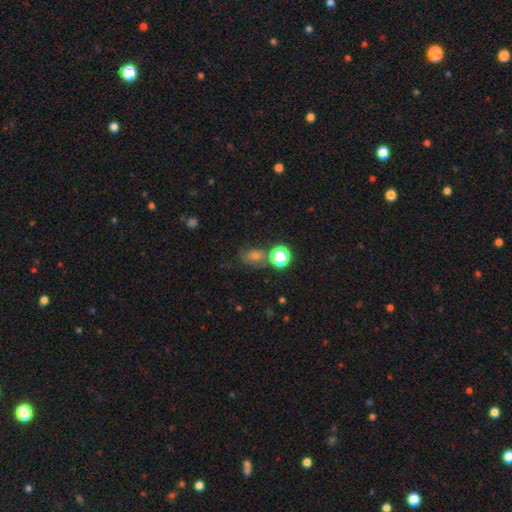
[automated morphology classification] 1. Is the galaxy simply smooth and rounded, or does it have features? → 53% smooth, 33% star or artifact, 15% featured or disk.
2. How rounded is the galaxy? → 58% round, 40% in between, 2% cigar-shaped.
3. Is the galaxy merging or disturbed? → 61% none, 17% minor disturbance, 13% merger, 9% major disturbance.